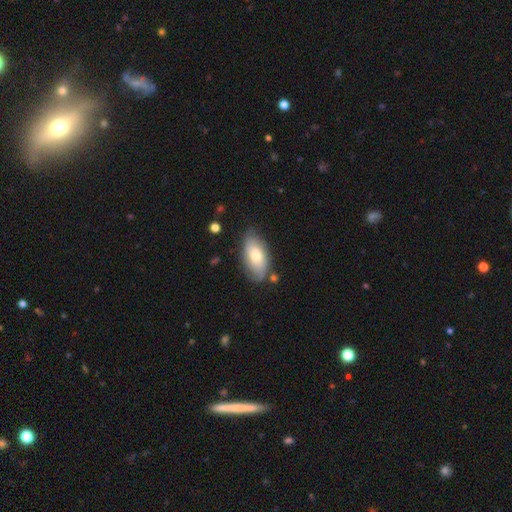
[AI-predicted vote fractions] Smooth or featured?
  - smooth: 64% *
  - featured or disk: 29%
  - star or artifact: 6%
How rounded?
  - in between: 92% *
  - cigar-shaped: 5%
  - round: 3%
Merging?
  - none: 71% *
  - minor disturbance: 20%
  - major disturbance: 5%
  - merger: 4%